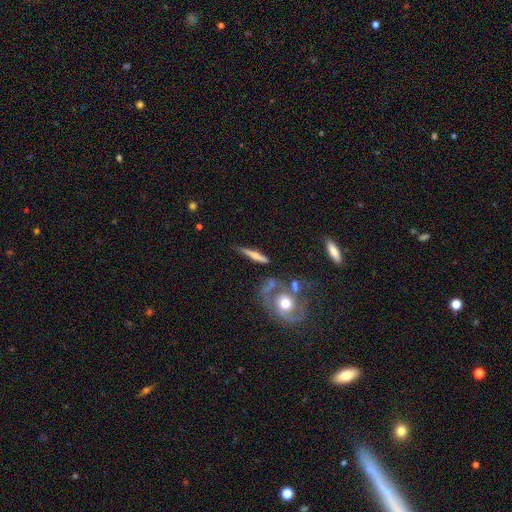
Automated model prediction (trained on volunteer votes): Overall: featured or disk (48%; smooth 44%). Merging: none (69%).